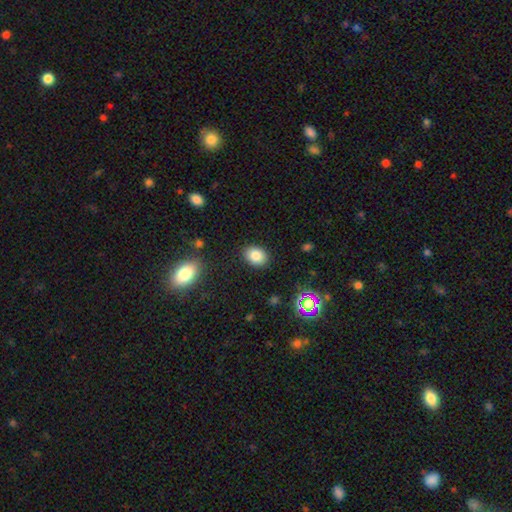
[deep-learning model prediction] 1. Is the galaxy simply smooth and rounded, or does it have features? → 84% smooth, 10% star or artifact, 6% featured or disk.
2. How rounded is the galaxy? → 65% in between, 34% round, 1% cigar-shaped.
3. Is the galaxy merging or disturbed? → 88% none, 8% minor disturbance, 3% major disturbance, 1% merger.